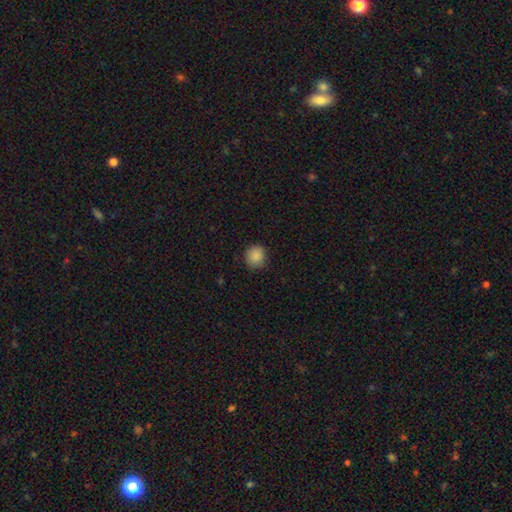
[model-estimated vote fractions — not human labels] Smooth or featured: smooth — 87% (star or artifact — 9%)
How rounded: round — 88% (in between — 11%)
Merging: none — 84% (minor disturbance — 13%)